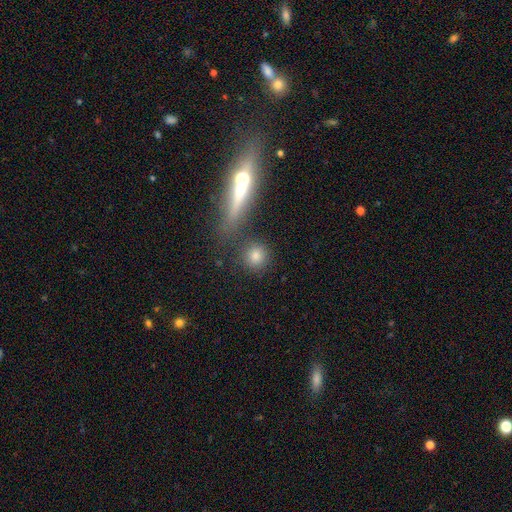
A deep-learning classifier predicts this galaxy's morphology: type=smooth (78%); roundness=round (86%); merging=none (76%).